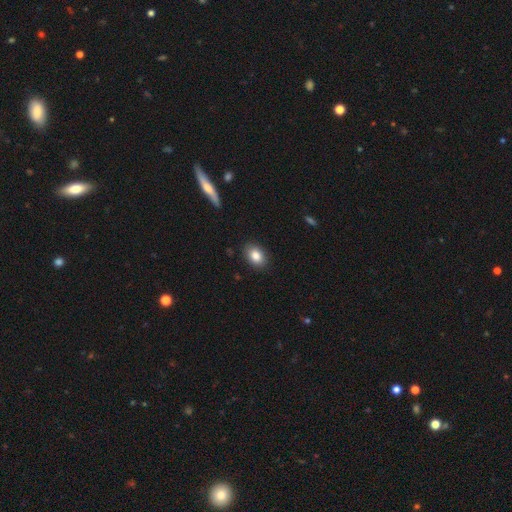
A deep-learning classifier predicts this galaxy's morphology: Smooth or featured: smooth — 85% (star or artifact — 8%)
How rounded: in between — 75% (round — 24%)
Merging: none — 88% (minor disturbance — 9%)